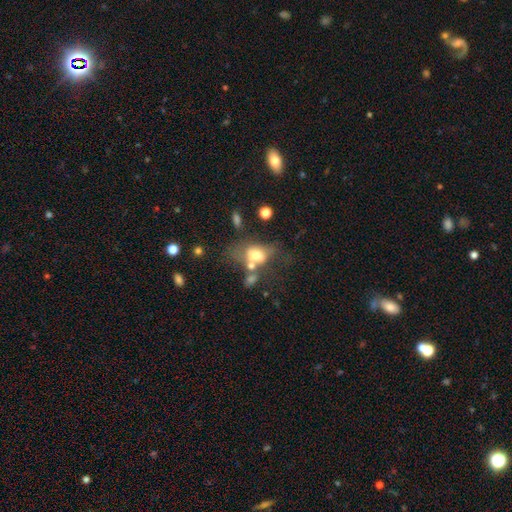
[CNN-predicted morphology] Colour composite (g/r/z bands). It shows a smooth galaxy with no disk features (61%) that is in between round and cigar-shaped (67%). Merging: merger (38%).